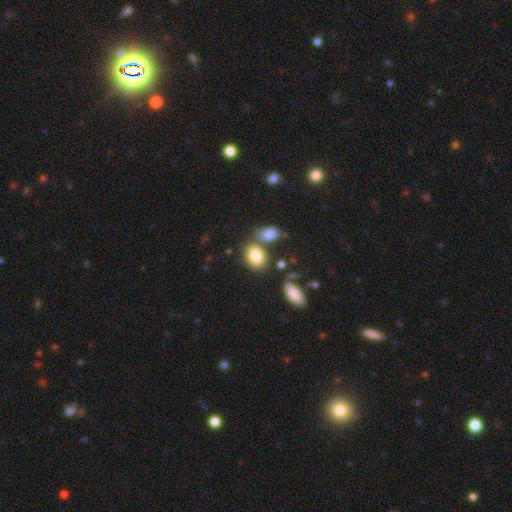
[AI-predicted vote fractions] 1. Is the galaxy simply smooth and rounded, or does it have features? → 82% smooth, 10% featured or disk, 8% star or artifact.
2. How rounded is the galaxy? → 75% in between, 24% round, 1% cigar-shaped.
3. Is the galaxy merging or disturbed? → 59% none, 22% merger, 14% minor disturbance, 5% major disturbance.